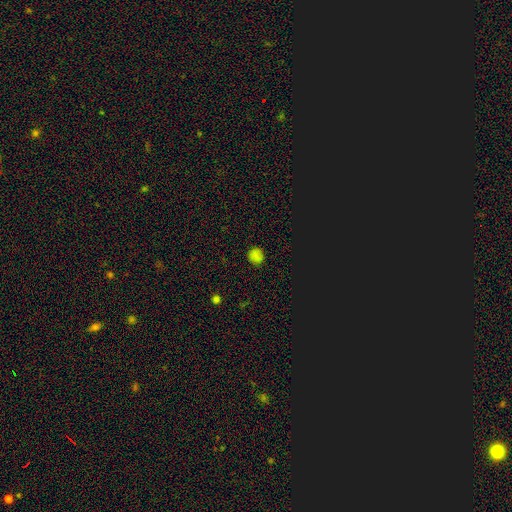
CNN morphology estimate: type=smooth (73%); roundness=round (87%); merging=none (86%).